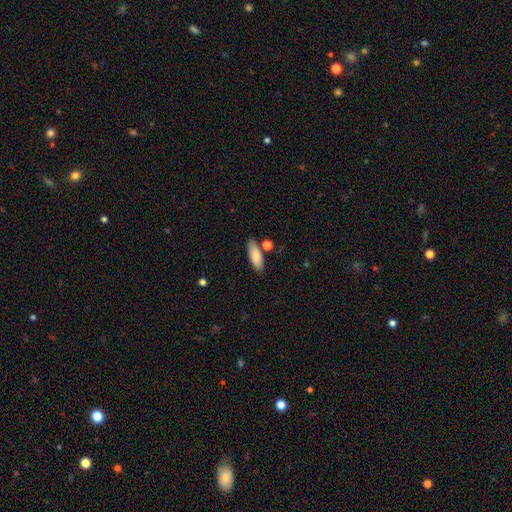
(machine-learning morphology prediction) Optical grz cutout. It shows a smooth galaxy with no disk features (84%) that is in between round and cigar-shaped (64%). Merging: none (79%).